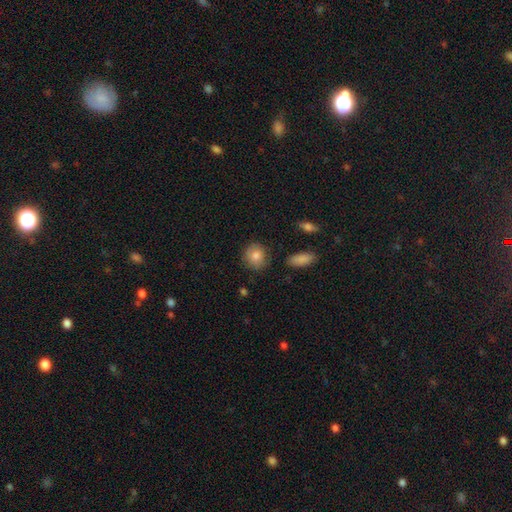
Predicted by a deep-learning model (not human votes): Smooth or featured: smooth — 82% (featured or disk — 11%)
How rounded: round — 81% (in between — 18%)
Merging: none — 83% (minor disturbance — 13%)